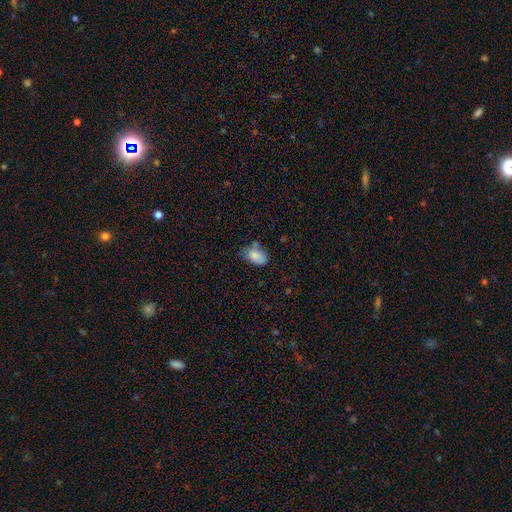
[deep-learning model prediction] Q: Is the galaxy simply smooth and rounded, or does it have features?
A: smooth — 81%.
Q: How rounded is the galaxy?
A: in between — 86%.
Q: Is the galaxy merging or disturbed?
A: none — 47%.